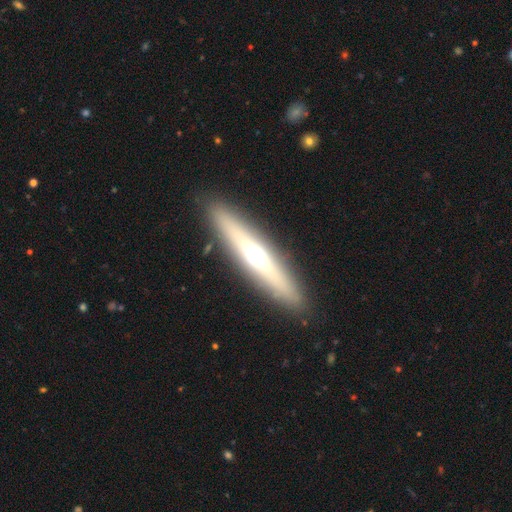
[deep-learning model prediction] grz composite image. It shows a featured or disk galaxy (54%) viewed edge-on (88%). Merging: none (89%).